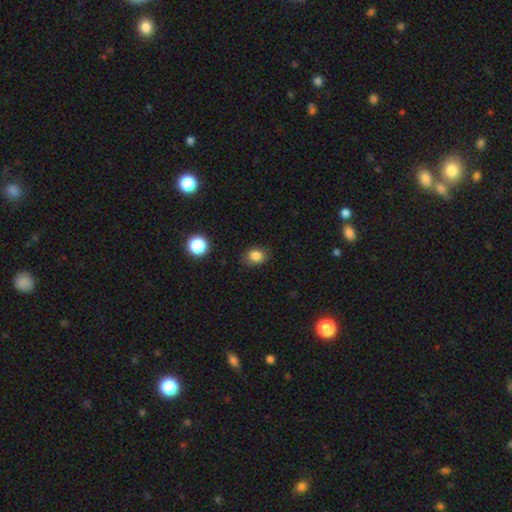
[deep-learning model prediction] The model was most divided on "how rounded": in between: 60%, round: 39%, cigar-shaped: 1%. More confident: smooth or featured — smooth (83%); merging — none (81%).